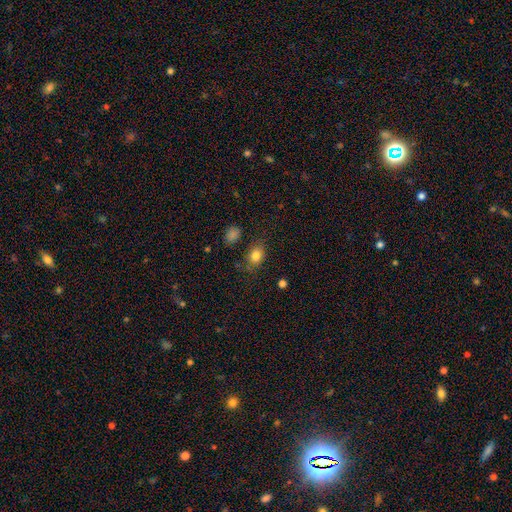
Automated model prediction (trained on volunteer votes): This appears to be a smooth galaxy with no disk features (82%) that is in between round and cigar-shaped (65%). Merging: none (73%).